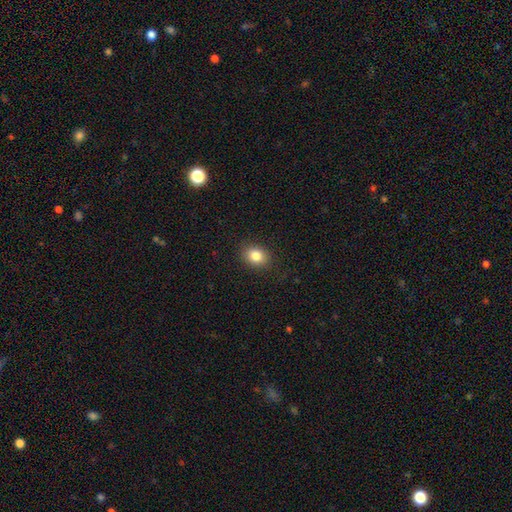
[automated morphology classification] smooth 83%, star or artifact 10%, featured or disk 7%. Down the decision tree: how rounded — in between (50%); merging — none (88%).